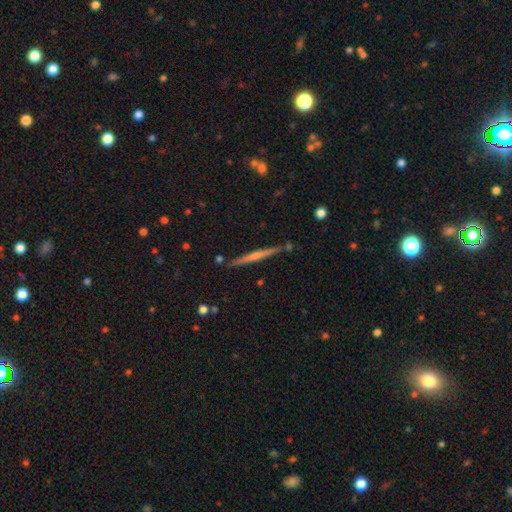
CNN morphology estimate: A featured or disk galaxy (56%) viewed edge-on (98%) with no central bulge (61%). Merging: none (86%).